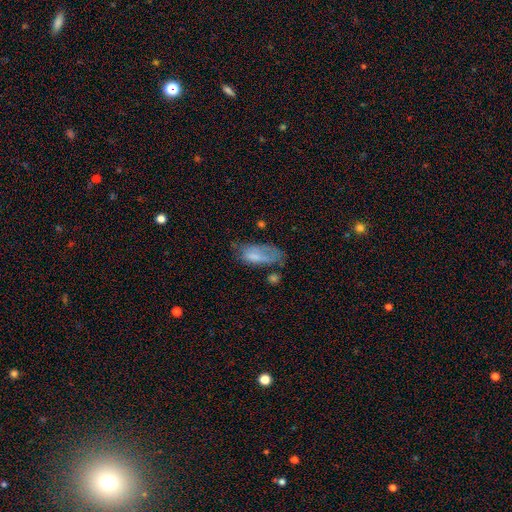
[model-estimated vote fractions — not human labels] smooth-or-featured: smooth: 66% | featured or disk: 26% | star or artifact: 8%
  how-rounded: in between: 83% | cigar-shaped: 14% | round: 3%
  merging: none: 34% | minor disturbance: 32% | major disturbance: 27% | merger: 8%